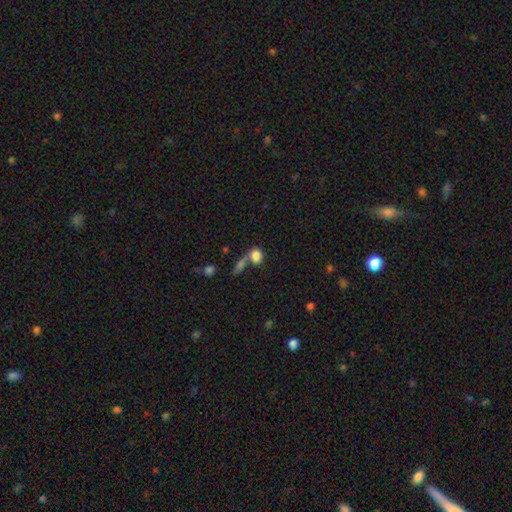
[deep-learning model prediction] Smooth or featured: smooth — 82% (star or artifact — 10%)
How rounded: in between — 66% (round — 30%)
Merging: merger — 43% (none — 40%)